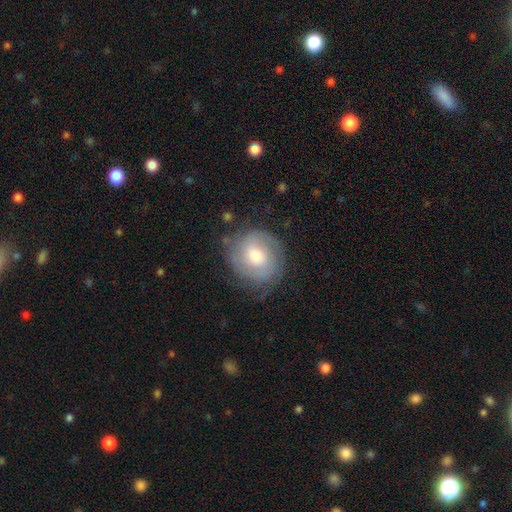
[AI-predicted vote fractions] Overall: featured or disk (57%; smooth 35%). Edge-on disk: no (97%). Bar: no (66%; weak 29%). Spiral arms: yes (80%). Bulge size: moderate (64%; small 26%). Merging: none (70%).